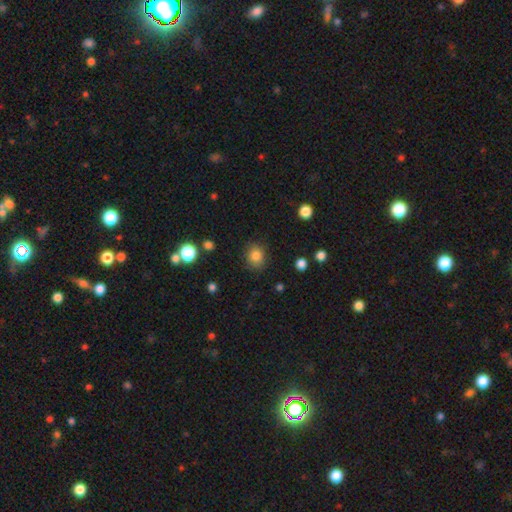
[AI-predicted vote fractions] Smooth or featured?
  - smooth: 83% *
  - star or artifact: 11%
  - featured or disk: 6%
How rounded?
  - round: 75% *
  - in between: 24%
  - cigar-shaped: 1%
Merging?
  - none: 86% *
  - minor disturbance: 9%
  - major disturbance: 3%
  - merger: 1%